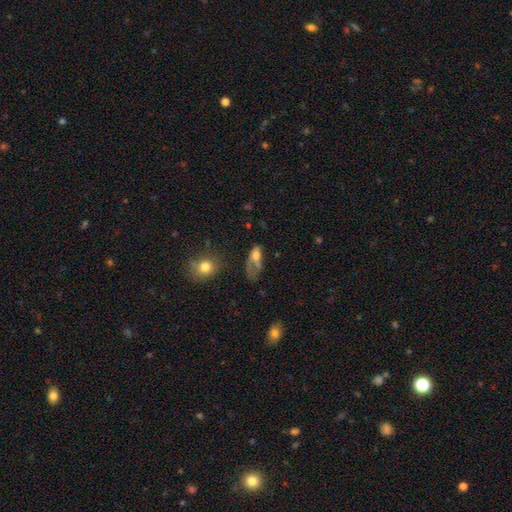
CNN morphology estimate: Overall: smooth (59%; featured or disk 29%). How rounded: in between (76%). Merging: major disturbance (48%; none 21%).